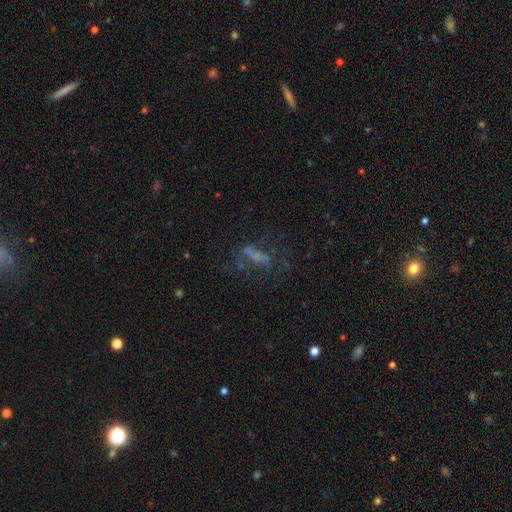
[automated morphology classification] A featured or disk galaxy (49%). Merging: none (45%).